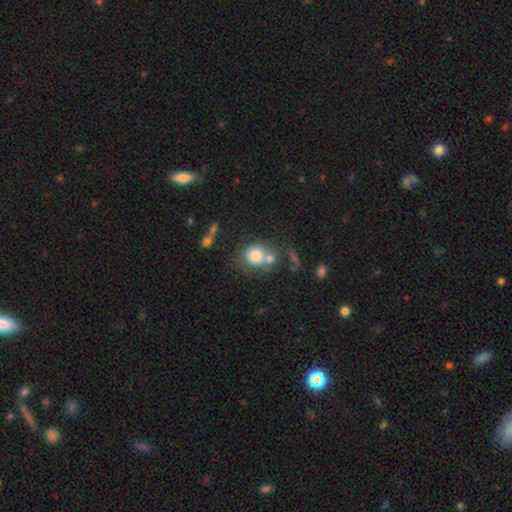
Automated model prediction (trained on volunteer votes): This is likely a smooth galaxy (76%). How rounded: likely round (76%). Merging: marginally none (42%).